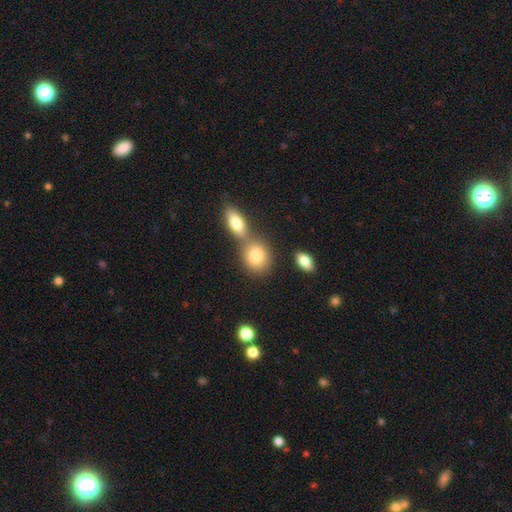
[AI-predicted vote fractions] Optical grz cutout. It shows a smooth galaxy with no disk features (81%) that is round (58%). Merging: none (49%).